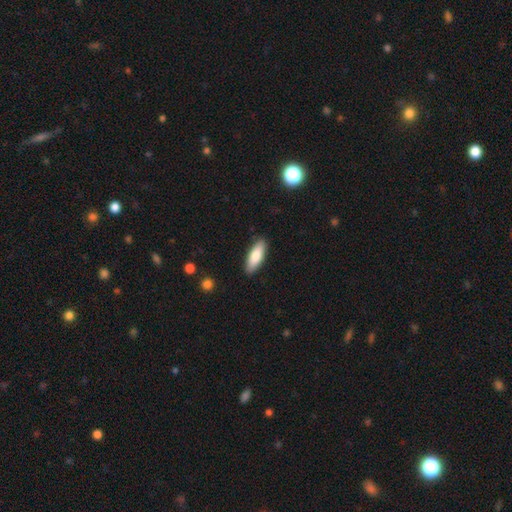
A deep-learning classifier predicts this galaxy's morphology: smooth 79%, featured or disk 16%, star or artifact 6%. Down the decision tree: how rounded — in between (63%); merging — none (89%).